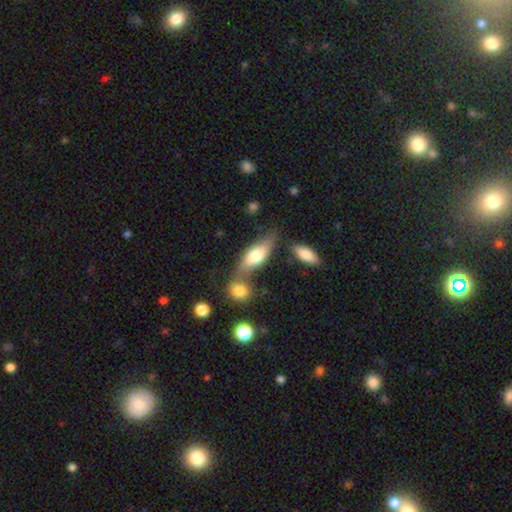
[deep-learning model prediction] smooth-or-featured: smooth: 66% | featured or disk: 27% | star or artifact: 7%
  how-rounded: in between: 76% | cigar-shaped: 21% | round: 3%
  merging: none: 44% | merger: 31% | minor disturbance: 17% | major disturbance: 7%